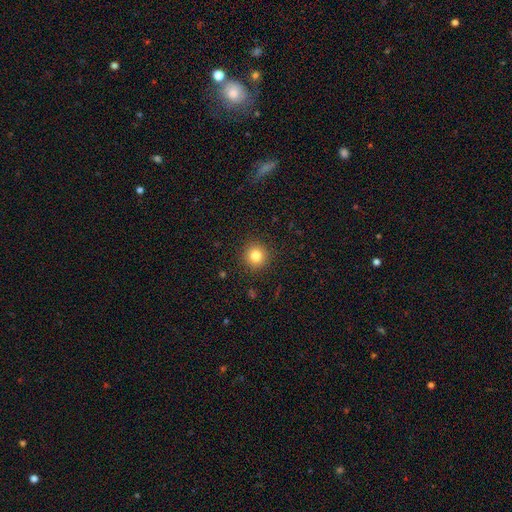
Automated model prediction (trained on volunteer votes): Smooth or featured? smooth (81%)
How rounded? round (94%)
Merging? none (91%)